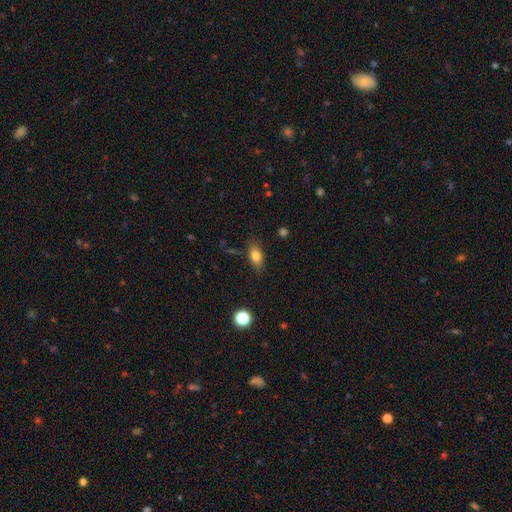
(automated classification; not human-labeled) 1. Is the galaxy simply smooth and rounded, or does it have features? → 77% smooth, 13% featured or disk, 10% star or artifact.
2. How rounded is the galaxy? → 81% in between, 10% round, 9% cigar-shaped.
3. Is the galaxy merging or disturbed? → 81% none, 14% minor disturbance, 3% major disturbance, 2% merger.